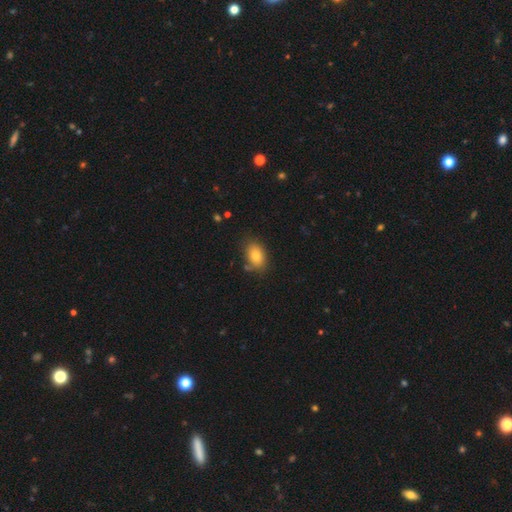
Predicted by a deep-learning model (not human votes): Morphology: type=smooth (80%); roundness=in between (81%); merging=none (74%).